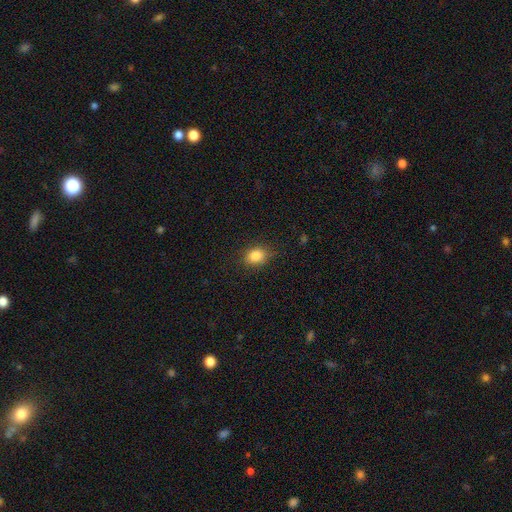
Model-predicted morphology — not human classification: Smooth or featured? Predicted: smooth (p=0.84). How rounded? Predicted: round (p=0.54). Merging? Predicted: none (p=0.82).